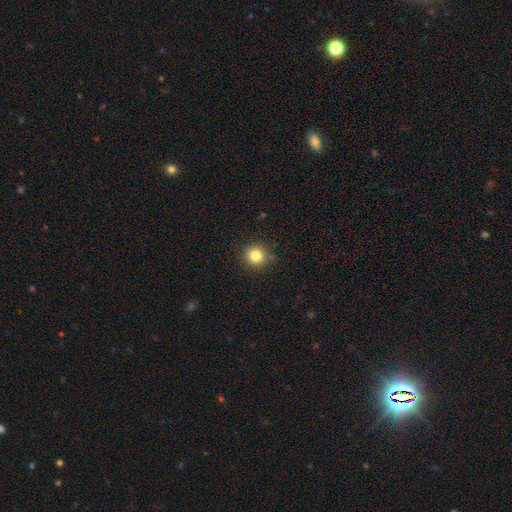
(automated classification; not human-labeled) Smooth or featured? smooth (83%)
How rounded? round (94%)
Merging? none (88%)